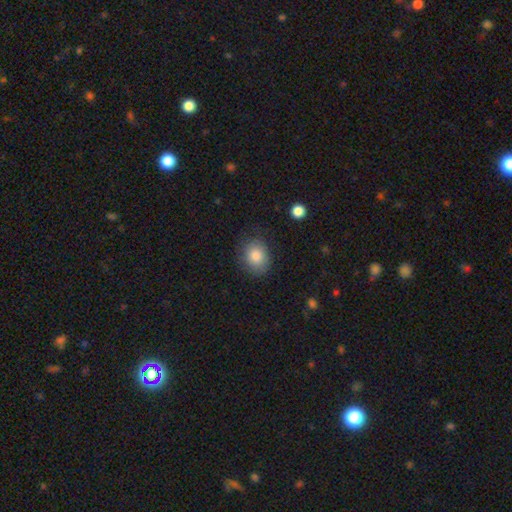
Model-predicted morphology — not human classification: Q: Smooth or featured?
A: smooth (84%); runner-up: featured or disk (8%)
Q: How rounded?
A: round (55%); runner-up: in between (45%)
Q: Merging?
A: none (78%); runner-up: minor disturbance (16%)